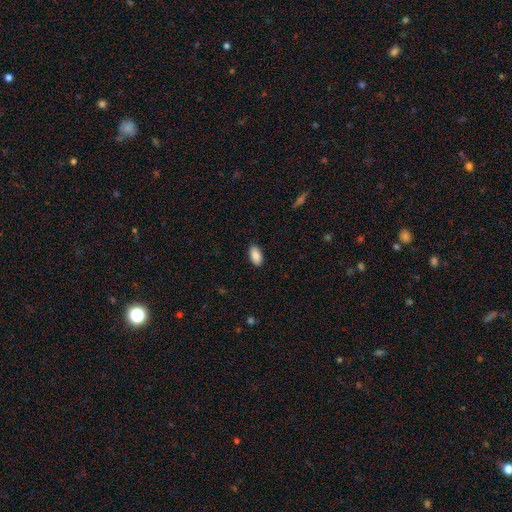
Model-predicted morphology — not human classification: smooth 88%, star or artifact 7%, featured or disk 5%. Down the decision tree: how rounded — in between (94%); merging — none (89%).